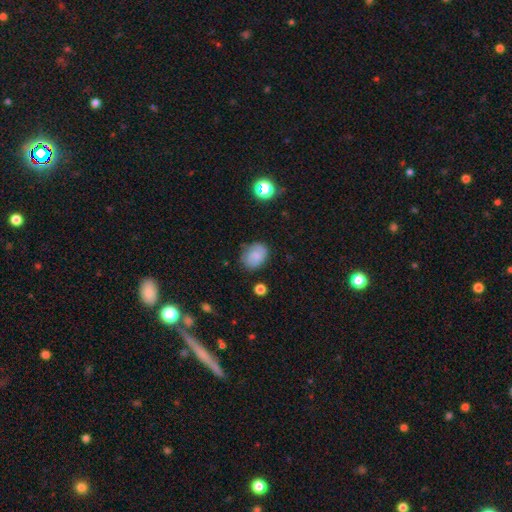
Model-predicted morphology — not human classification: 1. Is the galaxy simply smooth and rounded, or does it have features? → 76% smooth, 14% featured or disk, 10% star or artifact.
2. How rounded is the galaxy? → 66% in between, 33% round, 1% cigar-shaped.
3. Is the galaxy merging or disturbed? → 73% none, 20% minor disturbance, 5% major disturbance, 2% merger.